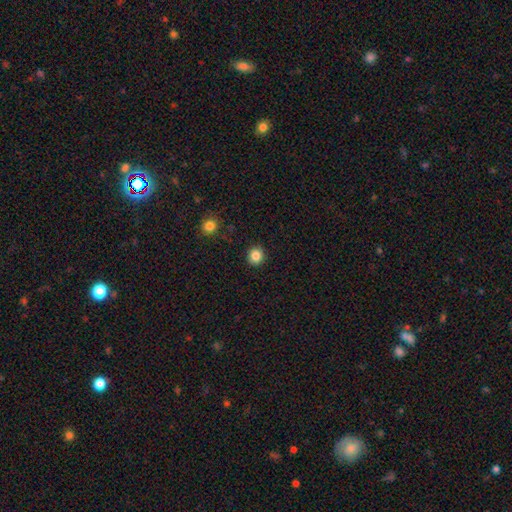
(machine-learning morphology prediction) smooth_or_featured: smooth (p=0.86) [alt: star or artifact p=0.10]
how_rounded: round (p=0.91) [alt: in between p=0.09]
merging: none (p=0.92) [alt: minor disturbance p=0.05]